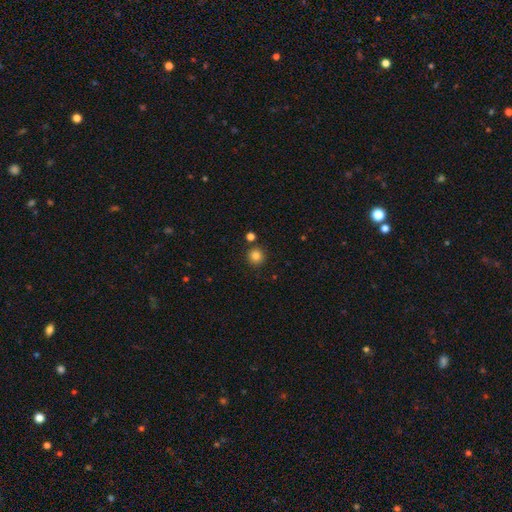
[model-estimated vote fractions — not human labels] smooth-or-featured: smooth: 84% | star or artifact: 12% | featured or disk: 4%
  how-rounded: round: 94% | in between: 5% | cigar-shaped: 1%
  merging: none: 86% | minor disturbance: 6% | merger: 6% | major disturbance: 2%